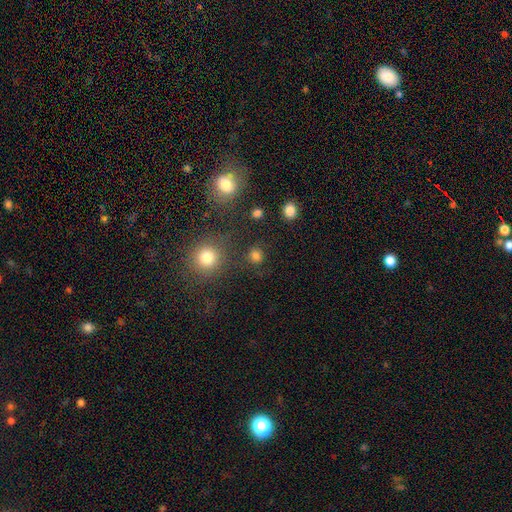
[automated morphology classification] Overall: smooth (78%). How rounded: round (86%). Merging: none (81%).